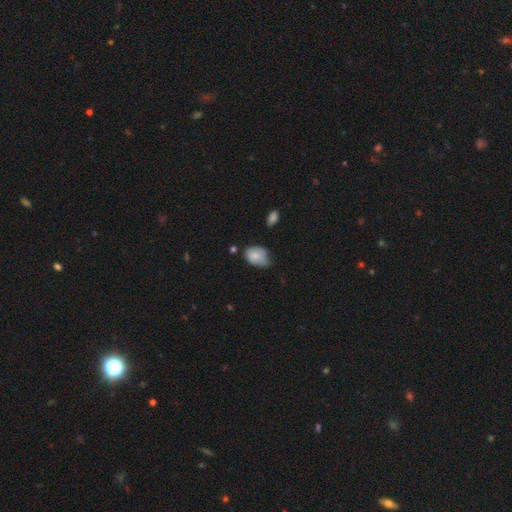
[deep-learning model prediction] Smooth or featured? Predicted: smooth (p=0.80). How rounded? Predicted: in between (p=0.73). Merging? Predicted: minor disturbance (p=0.49).